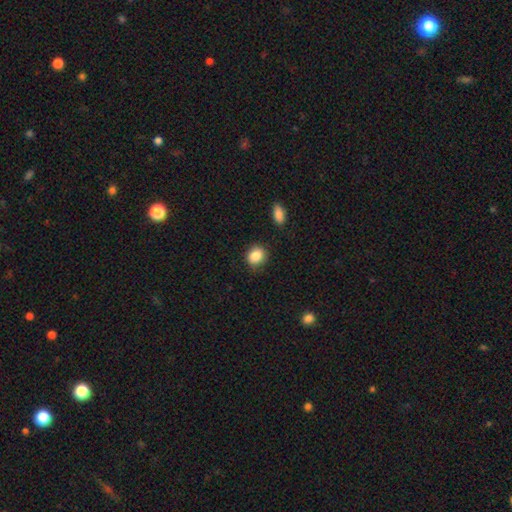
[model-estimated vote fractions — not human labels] Smooth or featured?
  - smooth: 87% *
  - star or artifact: 9%
  - featured or disk: 5%
How rounded?
  - round: 64% *
  - in between: 35%
  - cigar-shaped: 1%
Merging?
  - none: 83% *
  - minor disturbance: 12%
  - major disturbance: 3%
  - merger: 3%